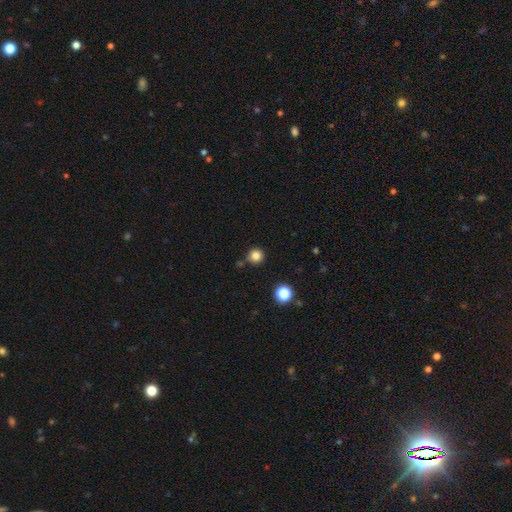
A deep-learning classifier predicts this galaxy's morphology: Smooth or featured? smooth (82%)
How rounded? round (95%)
Merging? none (82%)